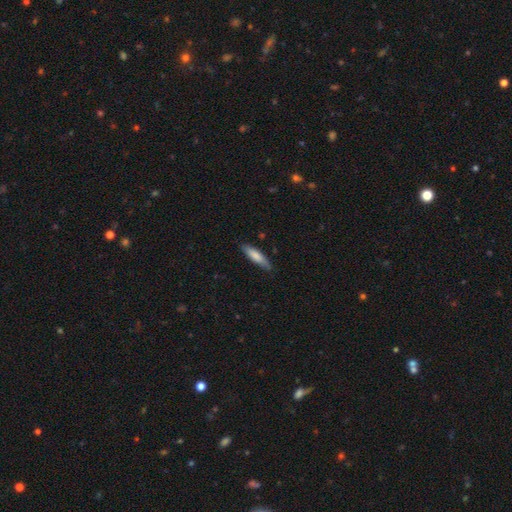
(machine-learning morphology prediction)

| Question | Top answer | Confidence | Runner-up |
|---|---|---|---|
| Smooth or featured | smooth | 77% | featured or disk (17%) |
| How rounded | cigar-shaped | 72% | in between (27%) |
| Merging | none | 81% | minor disturbance (16%) |